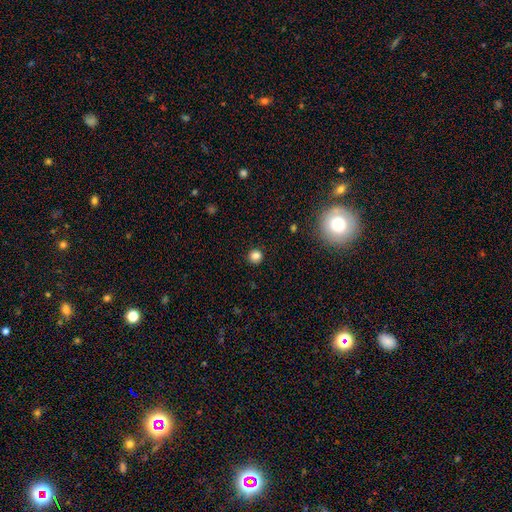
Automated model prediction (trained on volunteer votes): Smooth or featured? Predicted: smooth (p=0.83). How rounded? Predicted: round (p=0.92). Merging? Predicted: none (p=0.91).